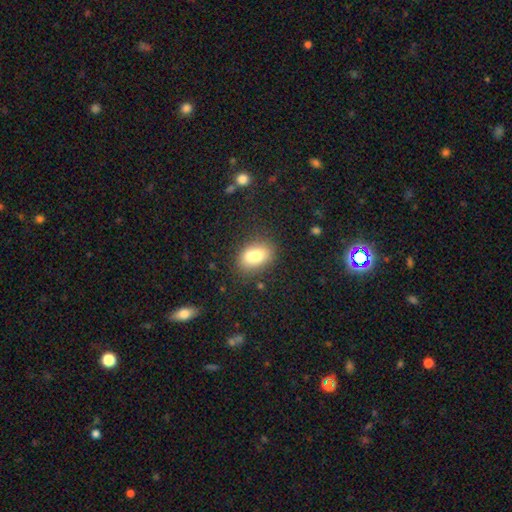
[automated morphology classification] A smooth galaxy with no disk features (76%) that is in between round and cigar-shaped (79%).

Vote fractions:
- Smooth or featured? smooth: 76% / featured or disk: 14% / star or artifact: 9%
- How rounded? in between: 79% / round: 19% / cigar-shaped: 2%
- Merging? none: 72% / minor disturbance: 16% / merger: 7% / major disturbance: 5%